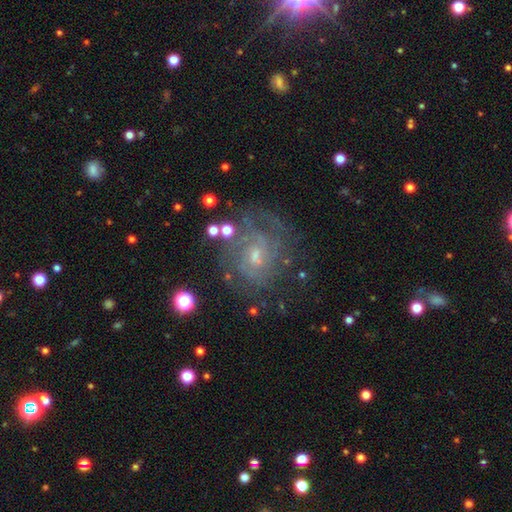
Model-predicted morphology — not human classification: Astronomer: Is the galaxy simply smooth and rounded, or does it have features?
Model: featured or disk — 76%.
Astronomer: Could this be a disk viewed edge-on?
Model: no — 97%.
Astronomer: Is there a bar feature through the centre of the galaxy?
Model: no — 49% (runner-up: weak, 44%).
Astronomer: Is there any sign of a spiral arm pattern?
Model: yes — 88%.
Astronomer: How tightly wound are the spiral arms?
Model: tight — 57% (runner-up: medium, 33%).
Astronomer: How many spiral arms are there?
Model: can't tell — 45%.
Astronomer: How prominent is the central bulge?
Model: small — 60%.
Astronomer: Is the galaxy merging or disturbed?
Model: none — 67%.